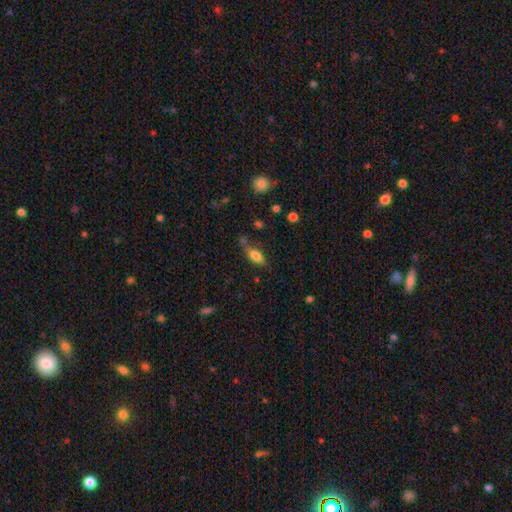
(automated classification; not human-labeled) smooth_or_featured: smooth (p=0.70) [alt: featured or disk p=0.20]
how_rounded: in between (p=0.77) [alt: cigar-shaped p=0.18]
merging: none (p=0.56) [alt: minor disturbance p=0.25]